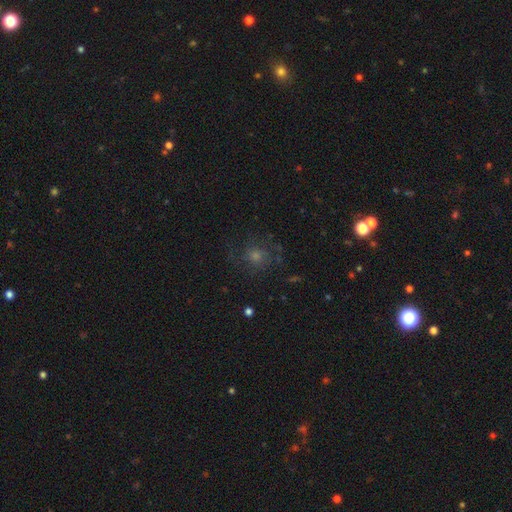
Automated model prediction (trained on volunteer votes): Morphology: type=featured or disk (35%, tied with smooth); merging=none (73%).